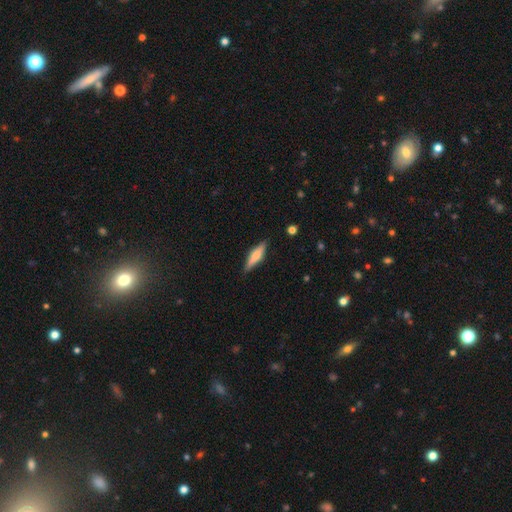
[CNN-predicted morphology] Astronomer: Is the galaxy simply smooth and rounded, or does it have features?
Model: smooth — 50% (runner-up: featured or disk, 43%).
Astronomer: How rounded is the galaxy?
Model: cigar-shaped — 70%.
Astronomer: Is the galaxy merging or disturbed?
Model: none — 85%.